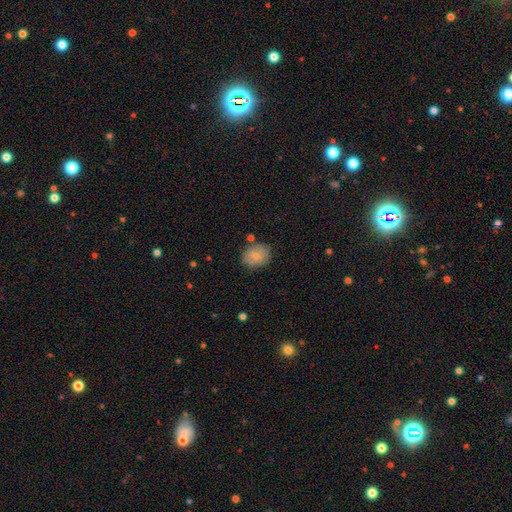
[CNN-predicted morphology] Q: Smooth or featured?
A: smooth (78%); runner-up: featured or disk (14%)
Q: How rounded?
A: in between (52%); runner-up: round (47%)
Q: Merging?
A: none (77%); runner-up: minor disturbance (15%)